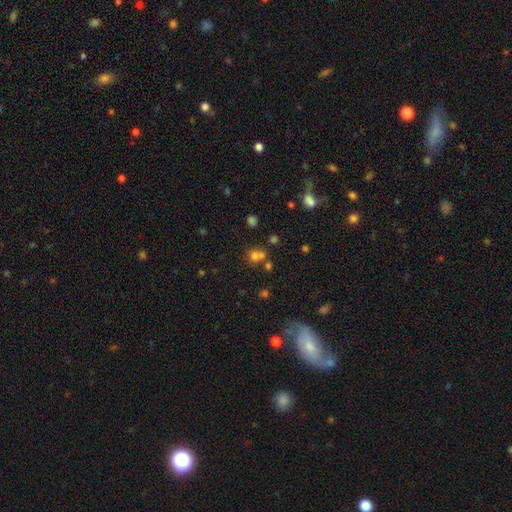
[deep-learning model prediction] A smooth galaxy with no disk features (66%) that is round (79%). Merging: none (46%).